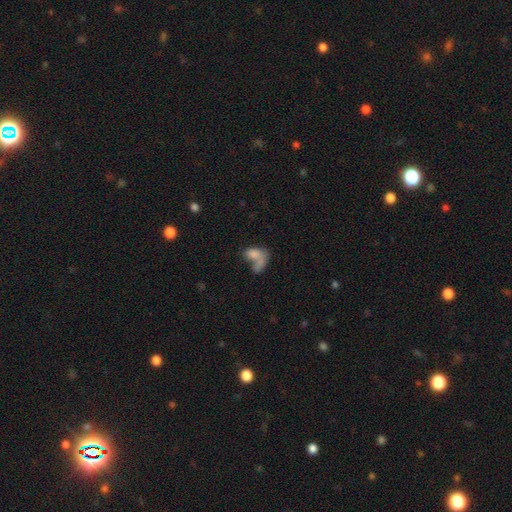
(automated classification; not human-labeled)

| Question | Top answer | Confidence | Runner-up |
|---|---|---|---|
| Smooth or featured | smooth | 72% | featured or disk (18%) |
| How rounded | in between | 86% | round (11%) |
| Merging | merger | 49% | none (21%) |